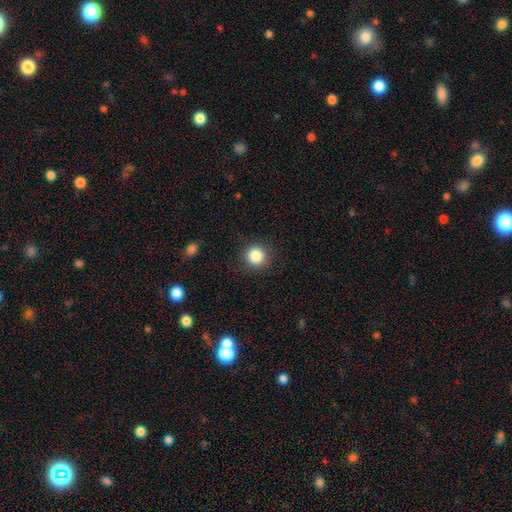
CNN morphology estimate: Overall: smooth (85%). How rounded: round (93%). Merging: none (89%).